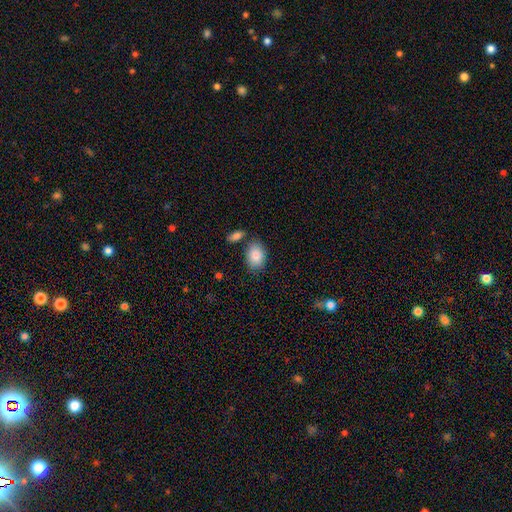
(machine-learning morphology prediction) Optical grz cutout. It shows a smooth galaxy with no disk features (88%) that is in between round and cigar-shaped (87%). Merging: none (73%).